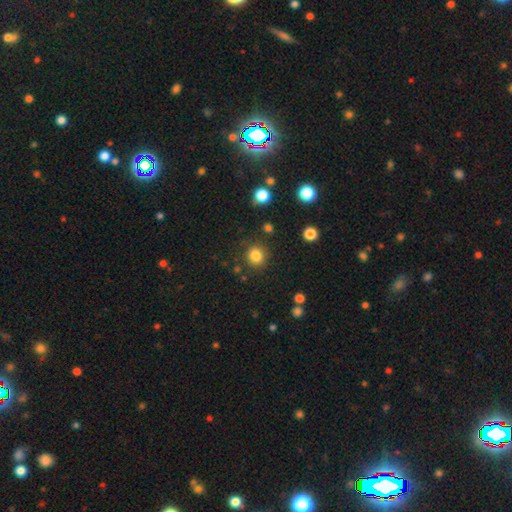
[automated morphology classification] A smooth galaxy with no disk features (83%) that is round (88%). Merging: none (86%).